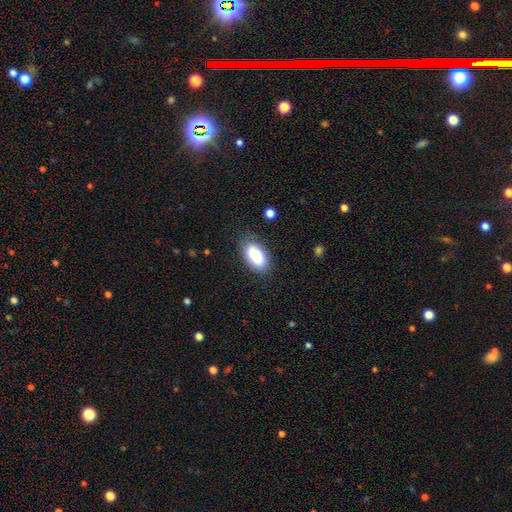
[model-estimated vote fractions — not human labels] This is clearly a smooth galaxy (83%). How rounded: clearly in between (92%). Merging: clearly none (81%).